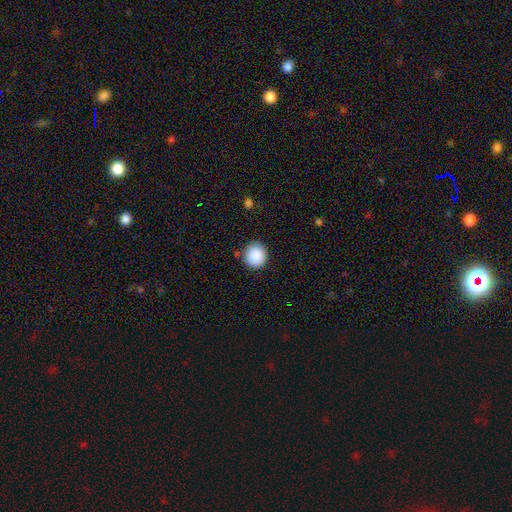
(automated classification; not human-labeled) Smooth or featured? smooth (88%)
How rounded? round (86%)
Merging? none (87%)